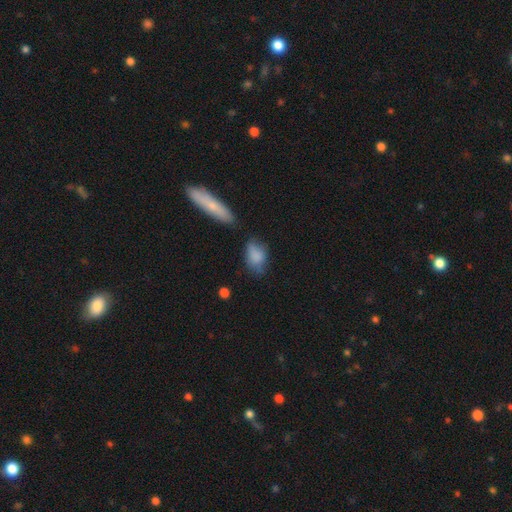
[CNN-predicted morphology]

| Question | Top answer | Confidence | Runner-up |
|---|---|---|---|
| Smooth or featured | smooth | 76% | featured or disk (14%) |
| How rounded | in between | 80% | round (16%) |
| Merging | none | 45% | minor disturbance (33%) |